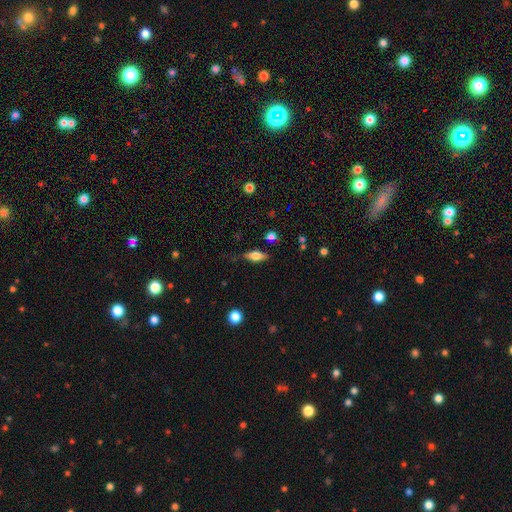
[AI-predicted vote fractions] Morphology: type=smooth (56%); roundness=in between (69%); merging=none (73%).